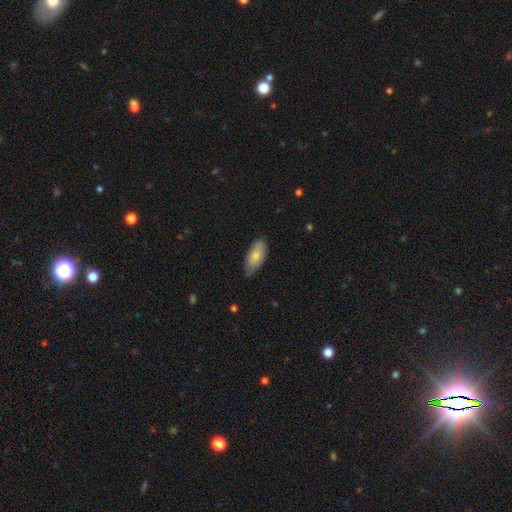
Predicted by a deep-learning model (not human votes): Smooth or featured? smooth (76%)
How rounded? in between (89%)
Merging? none (75%)